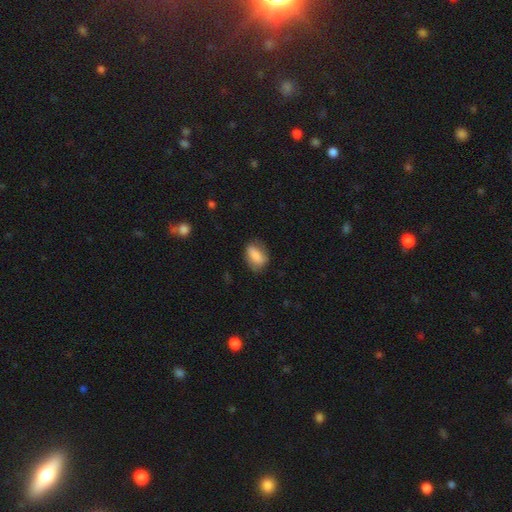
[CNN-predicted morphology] Smooth or featured?
  - smooth: 80% *
  - featured or disk: 13%
  - star or artifact: 7%
How rounded?
  - in between: 85% *
  - round: 10%
  - cigar-shaped: 5%
Merging?
  - none: 71% *
  - minor disturbance: 22%
  - major disturbance: 6%
  - merger: 1%